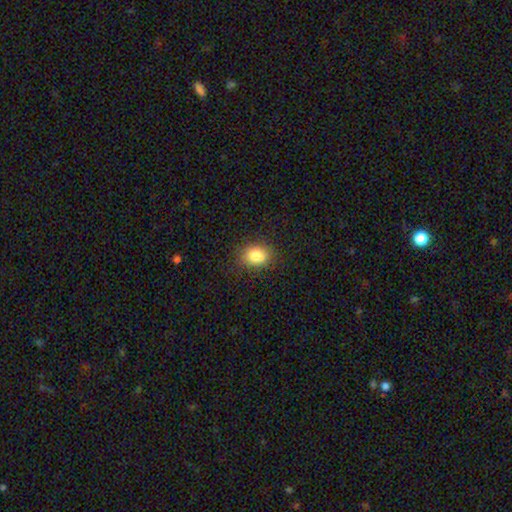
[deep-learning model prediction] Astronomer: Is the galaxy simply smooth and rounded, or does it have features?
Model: smooth — 82%.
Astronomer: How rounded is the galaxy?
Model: in between — 63%.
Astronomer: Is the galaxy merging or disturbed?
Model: none — 82%.